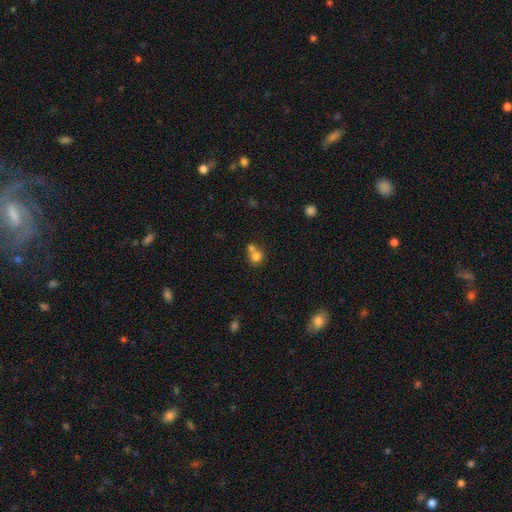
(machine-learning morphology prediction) Smooth or featured? smooth (77%)
How rounded? round (81%)
Merging? merger (53%)